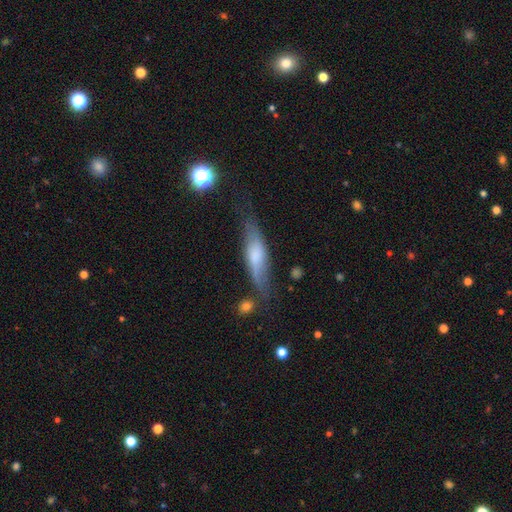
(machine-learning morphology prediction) smooth-or-featured: smooth: 52% | featured or disk: 41% | star or artifact: 7%
  how-rounded: cigar-shaped: 64% | in between: 33% | round: 3%
  merging: none: 61% | minor disturbance: 26% | major disturbance: 9% | merger: 5%